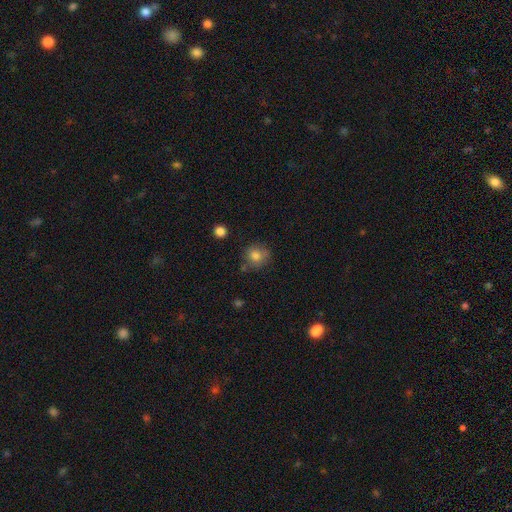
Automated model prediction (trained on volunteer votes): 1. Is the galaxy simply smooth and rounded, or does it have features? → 80% smooth, 10% star or artifact, 9% featured or disk.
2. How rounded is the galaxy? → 84% round, 15% in between, 1% cigar-shaped.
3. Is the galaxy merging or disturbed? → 72% none, 18% minor disturbance, 5% merger, 5% major disturbance.